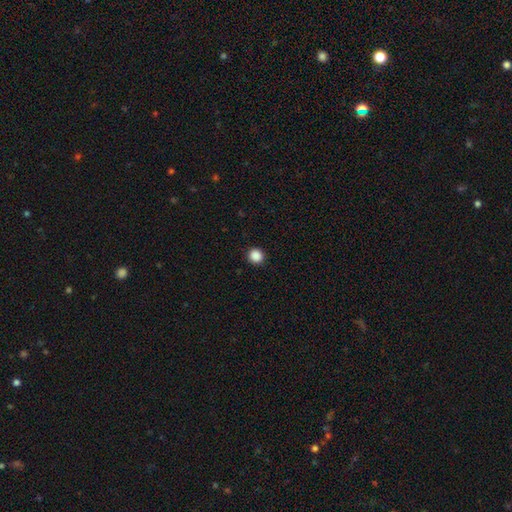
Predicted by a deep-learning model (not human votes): smooth_or_featured: smooth (p=0.88) [alt: star or artifact p=0.10]
how_rounded: round (p=0.90) [alt: in between p=0.09]
merging: none (p=0.92) [alt: minor disturbance p=0.05]